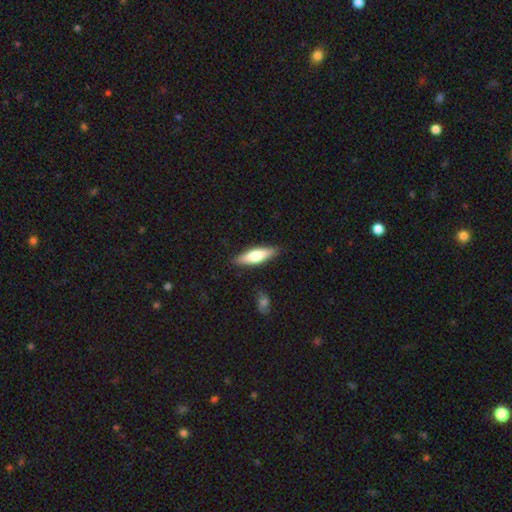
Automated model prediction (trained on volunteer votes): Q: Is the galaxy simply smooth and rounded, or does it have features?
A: smooth — 63%.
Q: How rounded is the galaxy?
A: cigar-shaped — 54%.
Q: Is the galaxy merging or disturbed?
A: none — 86%.